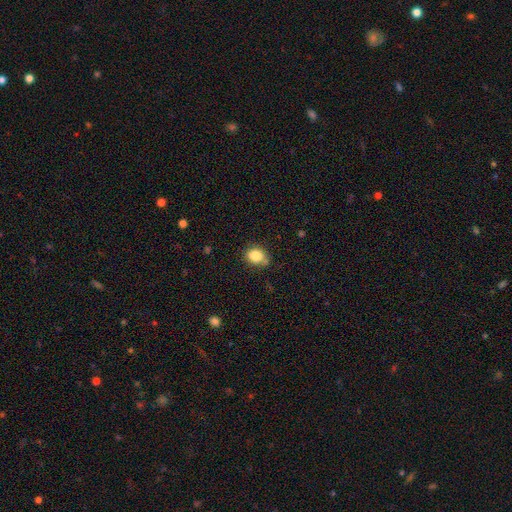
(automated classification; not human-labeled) Morphology: type=smooth (84%); roundness=round (63%); merging=none (73%).